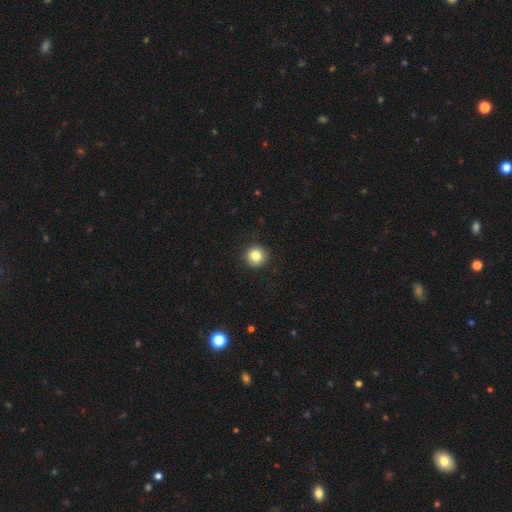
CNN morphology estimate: Smooth or featured? Predicted: smooth (p=0.83). How rounded? Predicted: round (p=0.94). Merging? Predicted: none (p=0.92).